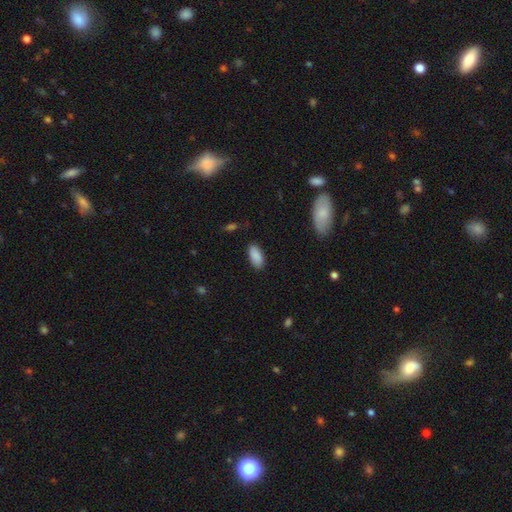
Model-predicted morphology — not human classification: smooth-or-featured: smooth: 89% | star or artifact: 7% | featured or disk: 4%
  how-rounded: in between: 93% | cigar-shaped: 5% | round: 2%
  merging: none: 86% | minor disturbance: 10% | major disturbance: 2% | merger: 1%